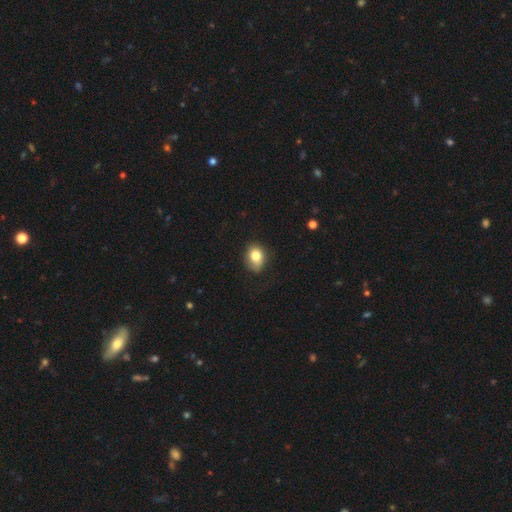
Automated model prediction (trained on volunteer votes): Morphology: type=smooth (80%); roundness=in between (58%); merging=none (70%).